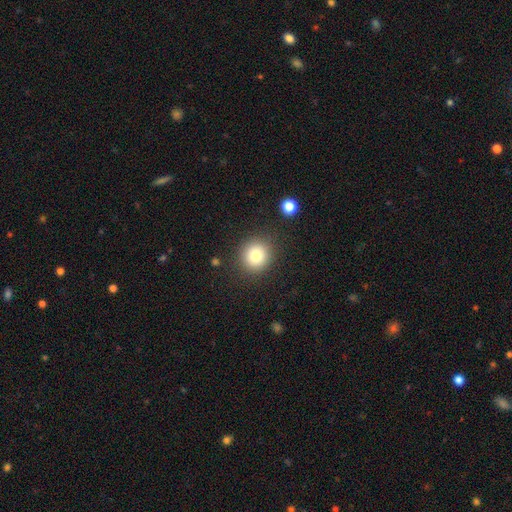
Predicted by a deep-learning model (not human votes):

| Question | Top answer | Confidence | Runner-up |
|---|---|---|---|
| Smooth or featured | smooth | 80% | star or artifact (12%) |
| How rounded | round | 88% | in between (11%) |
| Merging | none | 87% | minor disturbance (8%) |